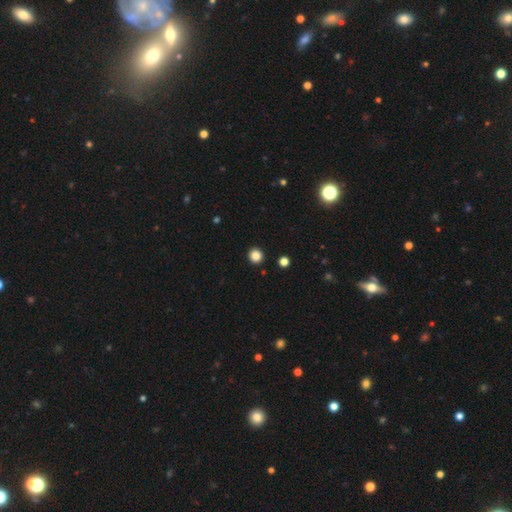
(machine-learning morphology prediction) Smooth or featured: smooth — 85% (star or artifact — 11%)
How rounded: round — 91% (in between — 8%)
Merging: none — 92% (minor disturbance — 4%)